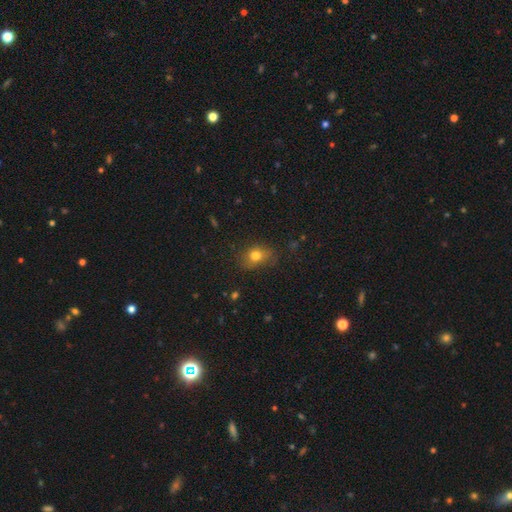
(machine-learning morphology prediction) Overall: smooth (76%). How rounded: in between (56%; round 43%). Merging: none (70%).